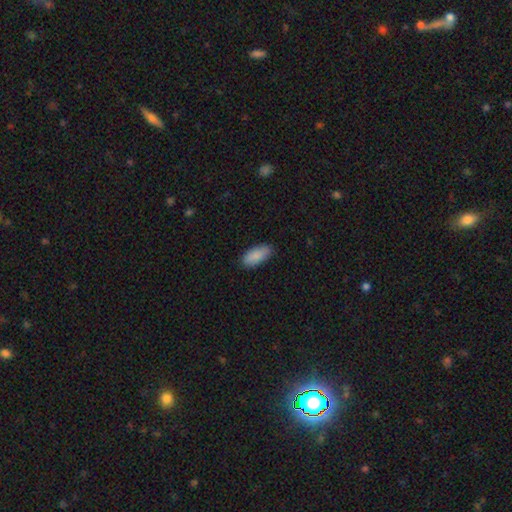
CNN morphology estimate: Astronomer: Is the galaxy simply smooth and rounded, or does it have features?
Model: smooth — 88%.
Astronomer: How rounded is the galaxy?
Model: in between — 87%.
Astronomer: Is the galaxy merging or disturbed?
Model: none — 85%.